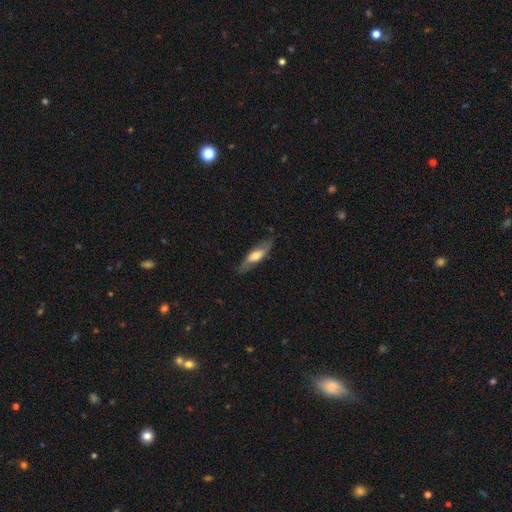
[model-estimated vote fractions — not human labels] Smooth or featured?
  - featured or disk: 50% *
  - smooth: 45%
  - star or artifact: 6%
Merging?
  - none: 77% *
  - minor disturbance: 17%
  - major disturbance: 5%
  - merger: 1%